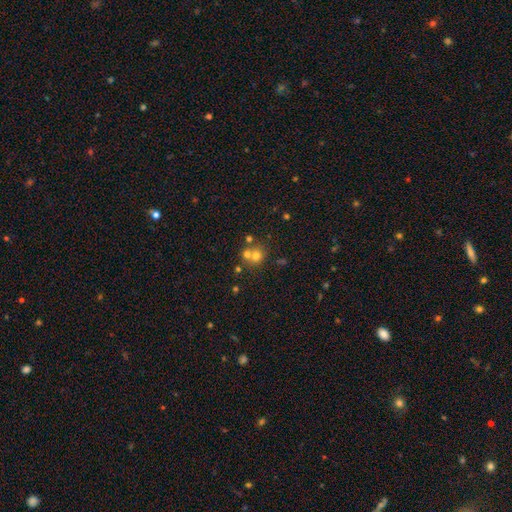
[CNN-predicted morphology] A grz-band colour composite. It shows a smooth galaxy with no disk features (64%) that is round (82%). Merging: merger (46%).